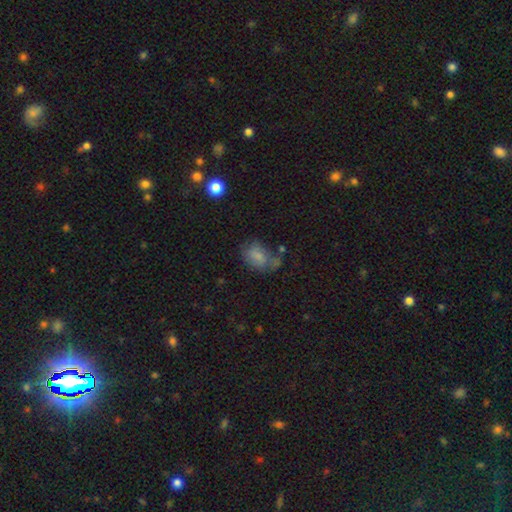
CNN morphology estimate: smooth-or-featured: smooth: 65% | featured or disk: 18% | star or artifact: 17%
  how-rounded: in between: 75% | round: 23% | cigar-shaped: 2%
  merging: none: 49% | minor disturbance: 27% | major disturbance: 14% | merger: 11%